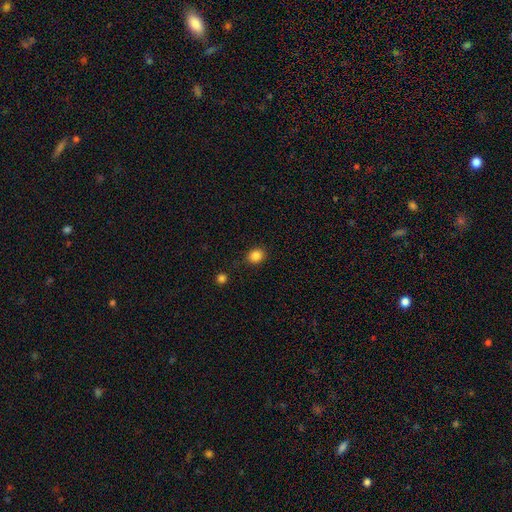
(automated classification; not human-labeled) smooth_or_featured: smooth (p=0.85) [alt: star or artifact p=0.10]
how_rounded: round (p=0.60) [alt: in between p=0.40]
merging: none (p=0.84) [alt: minor disturbance p=0.10]